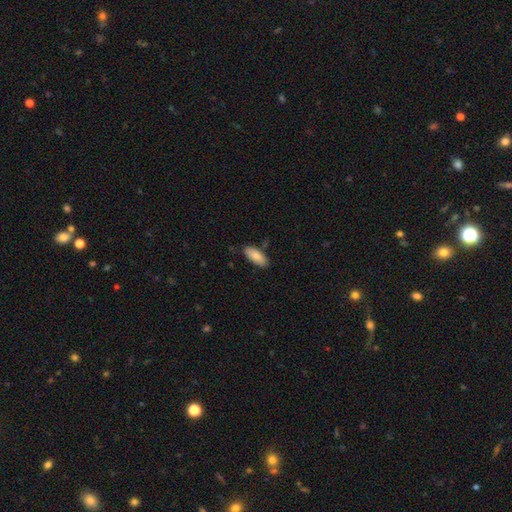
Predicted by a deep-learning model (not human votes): Smooth or featured? smooth (84%)
How rounded? in between (82%)
Merging? none (83%)